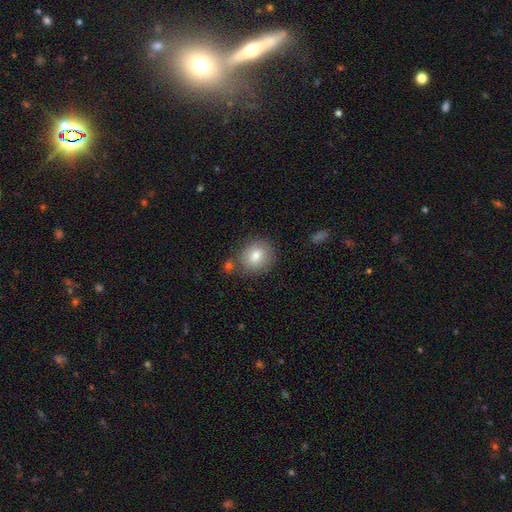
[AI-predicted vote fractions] This is likely a smooth galaxy (80%). How rounded: likely round (70%). Merging: likely none (73%).